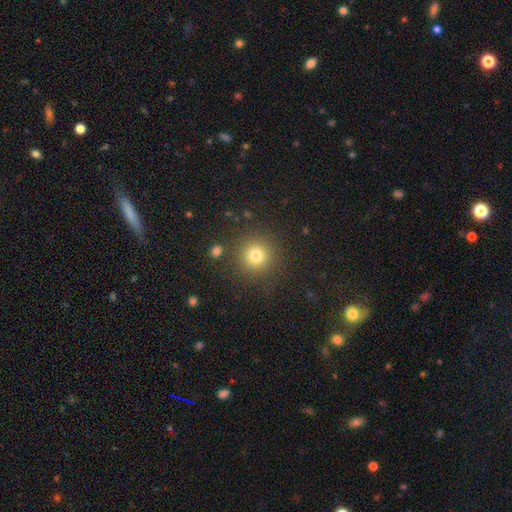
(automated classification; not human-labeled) Smooth or featured? smooth (78%)
How rounded? round (95%)
Merging? none (87%)